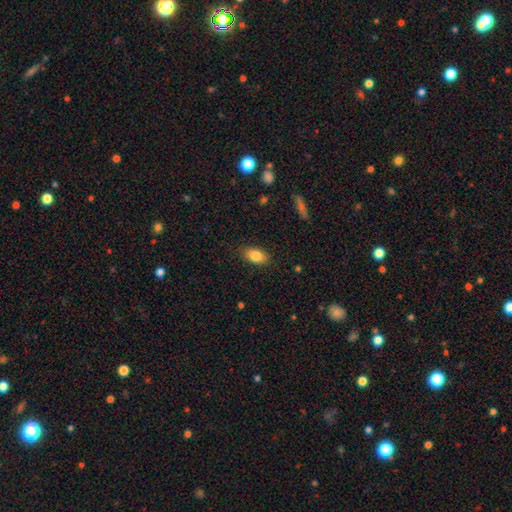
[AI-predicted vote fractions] smooth_or_featured: smooth (p=0.86) [alt: star or artifact p=0.08]
how_rounded: in between (p=0.90) [alt: round p=0.07]
merging: none (p=0.86) [alt: minor disturbance p=0.11]